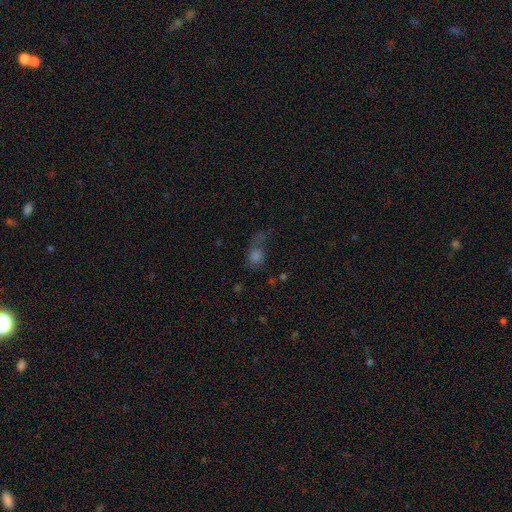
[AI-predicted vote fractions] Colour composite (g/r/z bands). It shows a smooth galaxy with no disk features (54%) that is in between round and cigar-shaped (48%, tied with round). Merging: major disturbance (34%, tied with none).